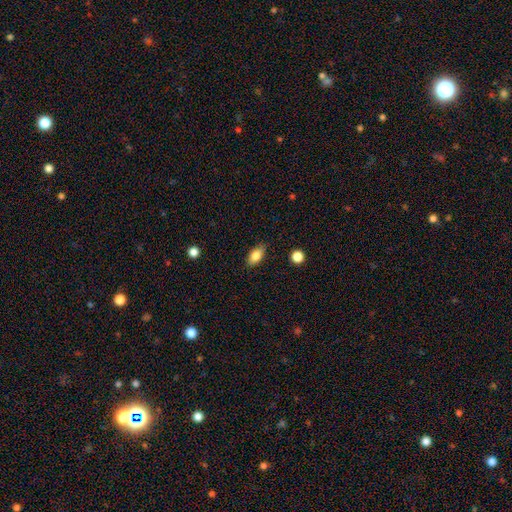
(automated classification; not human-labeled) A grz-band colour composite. It shows a smooth galaxy with no disk features (80%) that is in between round and cigar-shaped (86%). Merging: none (84%).